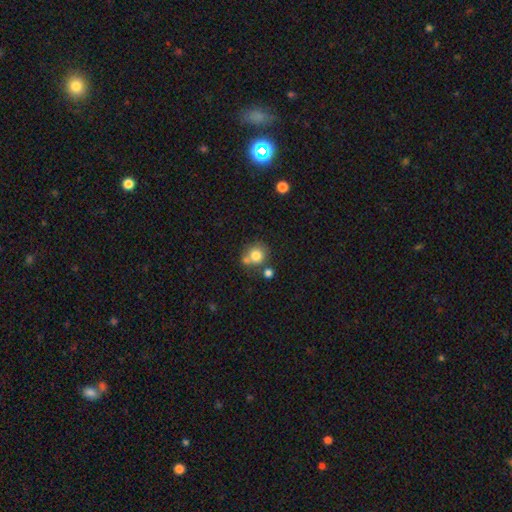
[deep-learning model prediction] smooth-or-featured: smooth: 78% | featured or disk: 11% | star or artifact: 10%
  how-rounded: round: 82% | in between: 17% | cigar-shaped: 1%
  merging: none: 53% | merger: 29% | minor disturbance: 13% | major disturbance: 5%